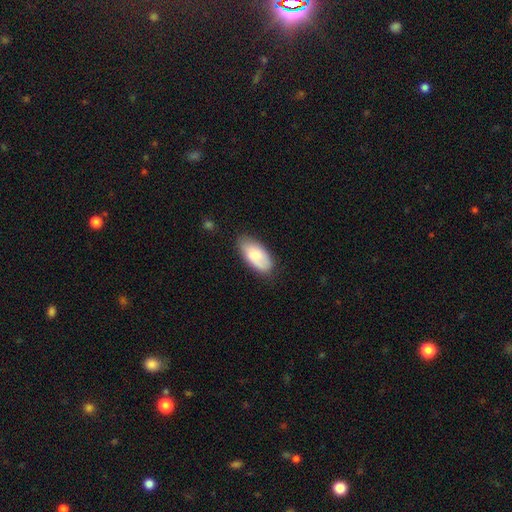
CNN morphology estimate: smooth 76%, featured or disk 18%, star or artifact 6%. Down the decision tree: how rounded — in between (93%); merging — none (75%).